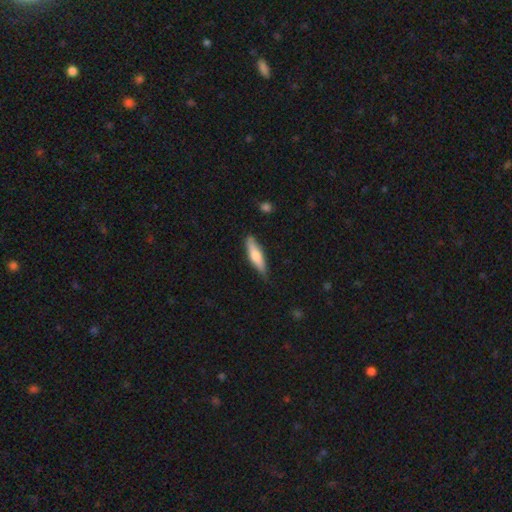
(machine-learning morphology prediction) smooth_or_featured: smooth (p=0.64) [alt: featured or disk p=0.30]
how_rounded: cigar-shaped (p=0.72) [alt: in between p=0.26]
merging: none (p=0.80) [alt: minor disturbance p=0.16]